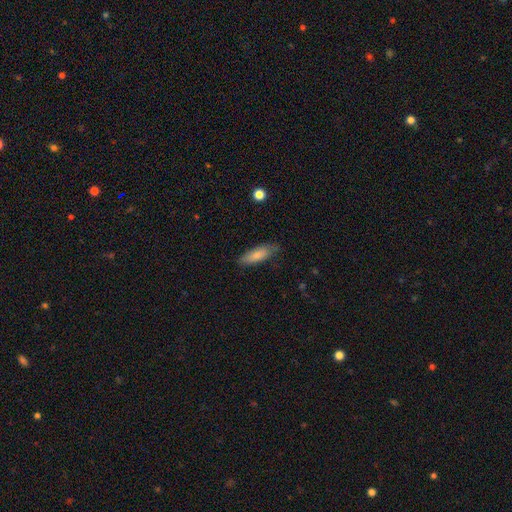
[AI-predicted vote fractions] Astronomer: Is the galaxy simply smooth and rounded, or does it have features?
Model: smooth — 79%.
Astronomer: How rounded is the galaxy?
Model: cigar-shaped — 50% (runner-up: in between, 48%).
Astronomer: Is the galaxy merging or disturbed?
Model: none — 79%.